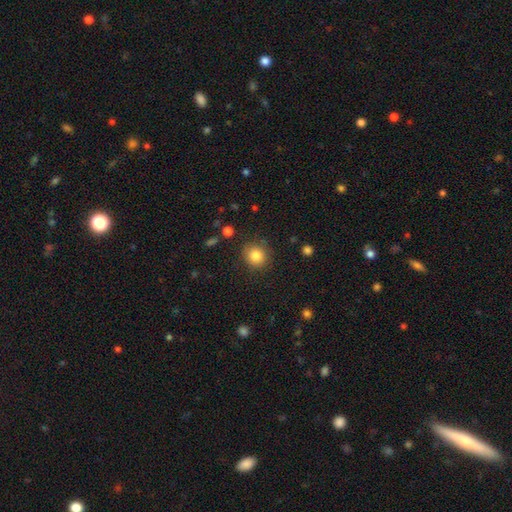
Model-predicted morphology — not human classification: type=smooth (84%); roundness=round (88%); merging=none (85%).